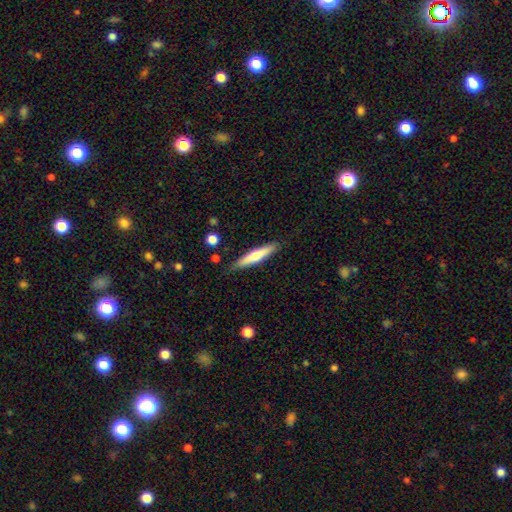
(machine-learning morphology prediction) Overall: smooth (55%; featured or disk 40%). How rounded: cigar-shaped (87%). Merging: none (86%).